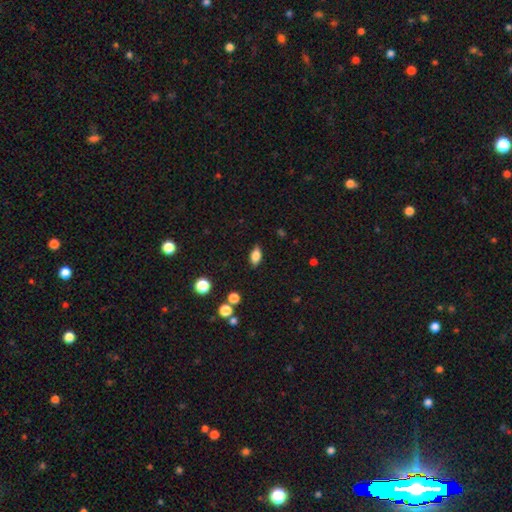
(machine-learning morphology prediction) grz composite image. It shows a smooth galaxy with no disk features (80%) that is in between round and cigar-shaped (86%). Merging: none (85%).